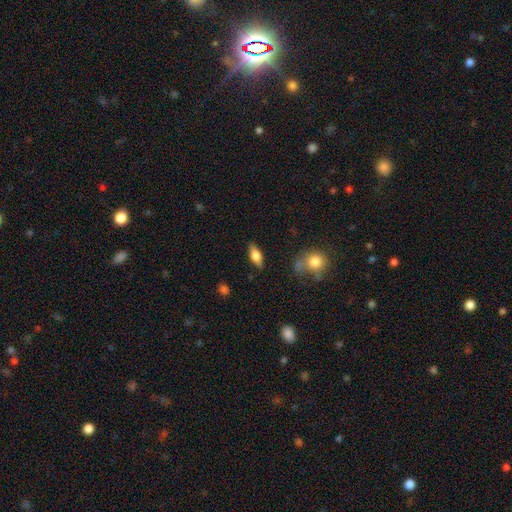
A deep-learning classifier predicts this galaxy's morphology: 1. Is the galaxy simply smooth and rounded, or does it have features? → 57% smooth, 36% featured or disk, 7% star or artifact.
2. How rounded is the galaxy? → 74% in between, 22% cigar-shaped, 4% round.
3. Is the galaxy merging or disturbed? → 84% none, 11% minor disturbance, 3% major disturbance, 2% merger.